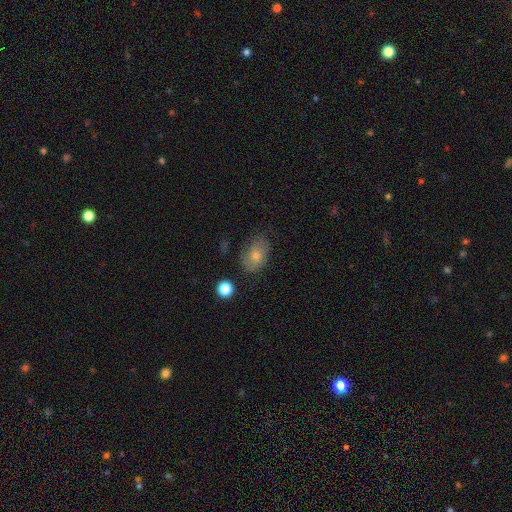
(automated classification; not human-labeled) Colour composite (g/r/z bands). It shows a smooth galaxy with no disk features (68%) that is in between round and cigar-shaped (81%). Merging: none (62%).